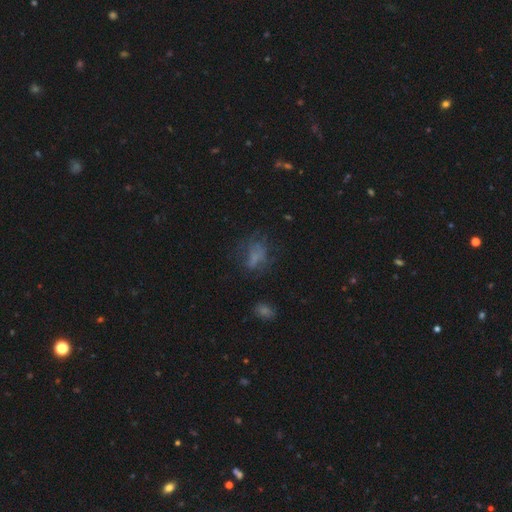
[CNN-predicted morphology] A smooth galaxy with no disk features (43%).

Vote fractions:
- Smooth or featured? smooth: 43% / featured or disk: 35% / star or artifact: 22%
- Merging? none: 48% / major disturbance: 28% / minor disturbance: 21% / merger: 4%